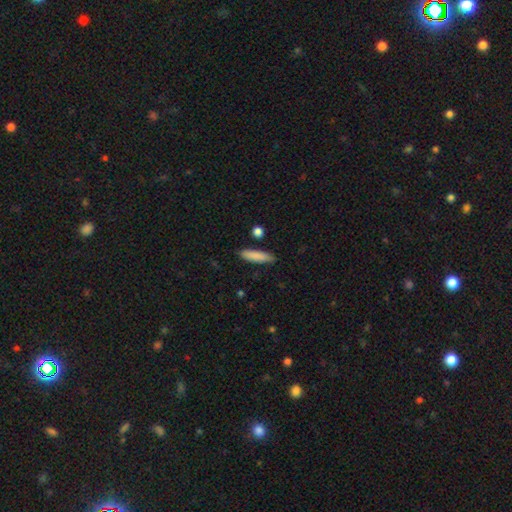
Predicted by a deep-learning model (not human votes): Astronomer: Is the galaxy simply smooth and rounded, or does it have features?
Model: smooth — 85%.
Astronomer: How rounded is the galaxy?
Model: cigar-shaped — 75%.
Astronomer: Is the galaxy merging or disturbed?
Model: none — 85%.